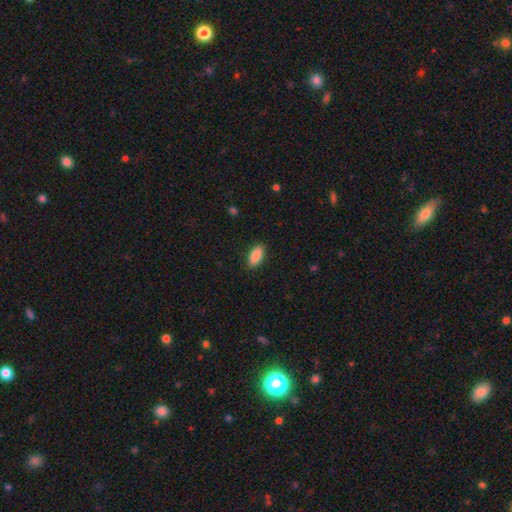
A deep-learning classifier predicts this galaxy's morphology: Smooth or featured? smooth (89%)
How rounded? in between (89%)
Merging? none (88%)